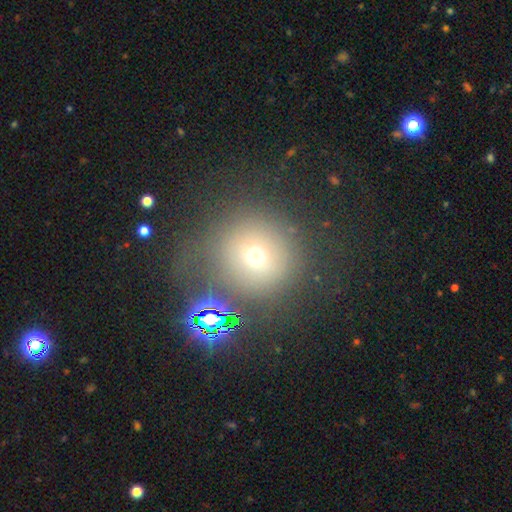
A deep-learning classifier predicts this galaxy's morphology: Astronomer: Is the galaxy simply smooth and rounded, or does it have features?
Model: smooth — 60%.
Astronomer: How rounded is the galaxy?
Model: round — 94%.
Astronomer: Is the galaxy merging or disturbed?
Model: none — 69%.